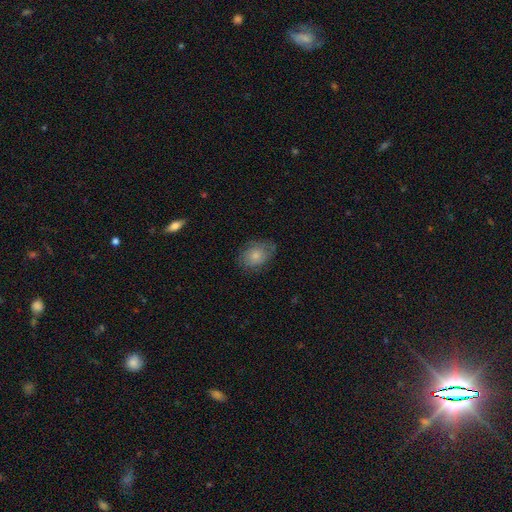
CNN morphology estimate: The model was most divided on "how rounded": in between: 70%, round: 29%, cigar-shaped: 1%. More confident: smooth or featured — smooth (77%); merging — none (69%).